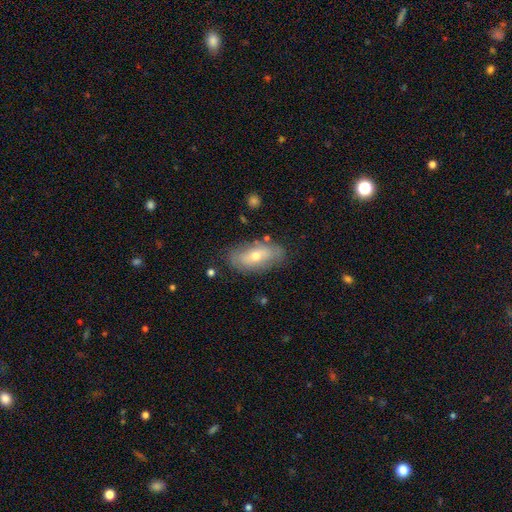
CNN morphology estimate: The model was most divided on "smooth or featured": smooth: 53%, featured or disk: 40%, star or artifact: 7%. More confident: how rounded — in between (87%); merging — none (77%).